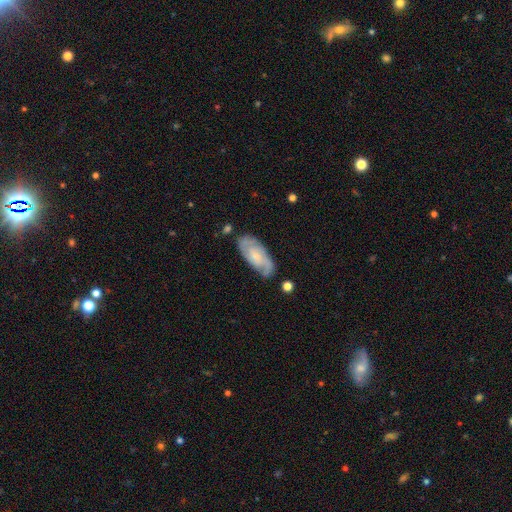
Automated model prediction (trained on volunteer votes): Smooth or featured: featured or disk — 70% (smooth — 23%)
Edge-on disk: no — 92% (yes — 8%)
Bar: no — 67% (weak — 28%)
Spiral arms: yes — 91% (no — 9%)
Spiral winding: tight — 52% (medium — 38%)
Spiral arm count: 2 — 63% (can't tell — 22%)
Bulge size: small — 54% (moderate — 29%)
Merging: none — 74% (minor disturbance — 18%)